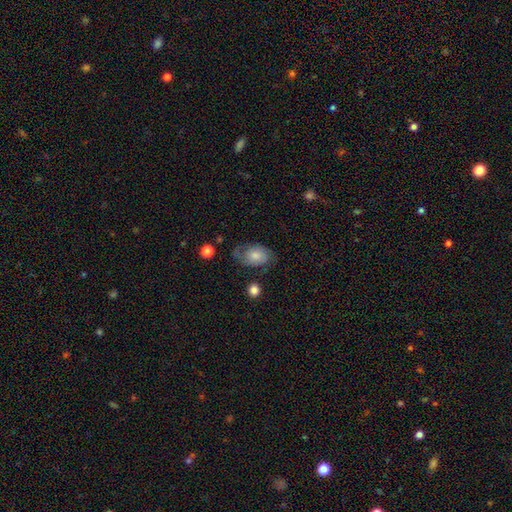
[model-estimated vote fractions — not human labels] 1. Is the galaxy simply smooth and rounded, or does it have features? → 47% featured or disk, 45% smooth, 8% star or artifact.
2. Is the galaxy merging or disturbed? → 59% none, 25% minor disturbance, 14% major disturbance, 3% merger.